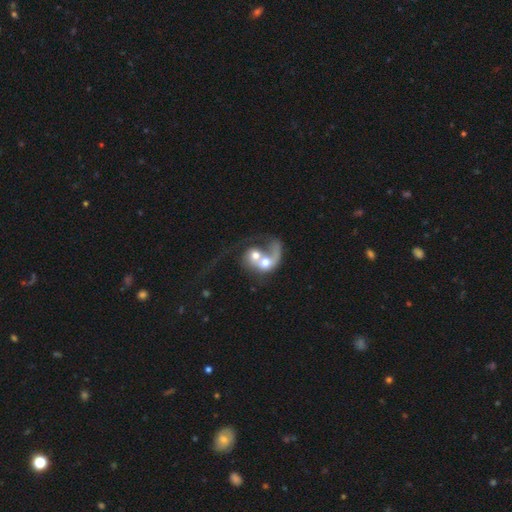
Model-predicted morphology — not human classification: Q: Smooth or featured?
A: featured or disk (61%); runner-up: smooth (32%)
Q: Edge-on disk?
A: no (97%); runner-up: yes (3%)
Q: Bar?
A: no (81%); runner-up: weak (15%)
Q: Spiral arms?
A: yes (64%); runner-up: no (36%)
Q: Bulge size?
A: moderate (55%); runner-up: large (24%)
Q: Merging?
A: merger (72%); runner-up: major disturbance (14%)